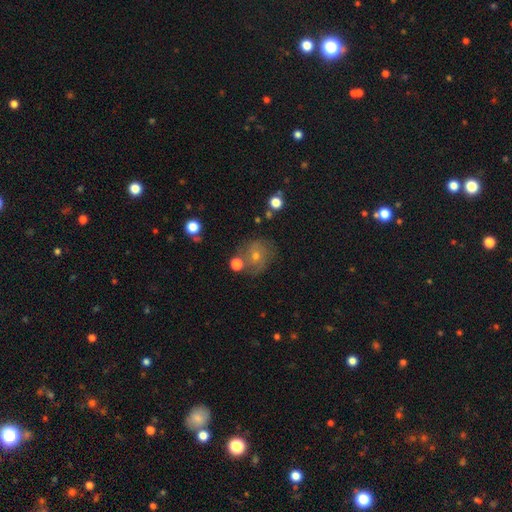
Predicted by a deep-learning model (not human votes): smooth_or_featured: featured or disk (p=0.42) [alt: smooth p=0.37]
merging: none (p=0.70) [alt: minor disturbance p=0.15]